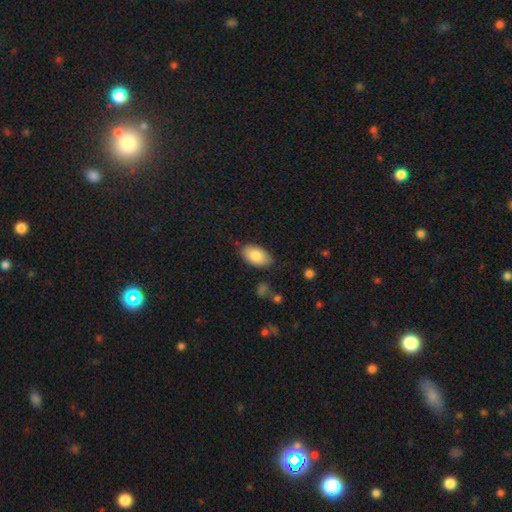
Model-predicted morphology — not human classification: Smooth or featured: smooth — 84% (featured or disk — 10%)
How rounded: in between — 93% (round — 5%)
Merging: none — 81% (minor disturbance — 14%)